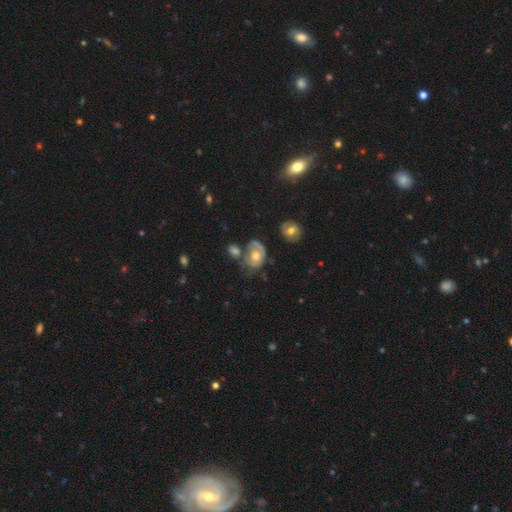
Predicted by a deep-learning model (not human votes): Morphology: type=featured or disk (51%); edge-on=no (96%); merging=none (34%).